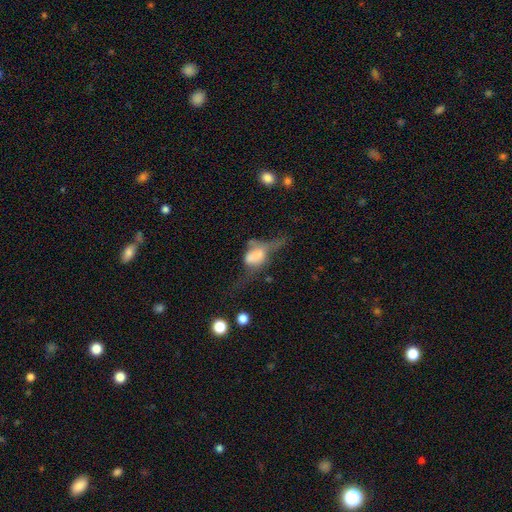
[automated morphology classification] This appears to be a smooth galaxy with no disk features (47%). Merging: major disturbance (49%).